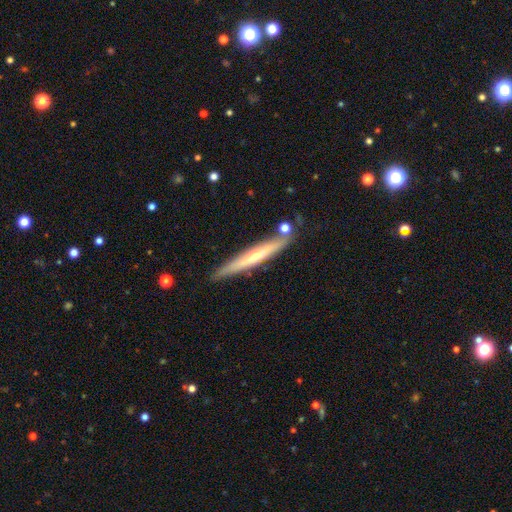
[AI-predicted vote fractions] Smooth or featured? Predicted: featured or disk (p=0.58). Edge-on disk? Predicted: yes (p=0.93). Edge-on bulge? Predicted: rounded (p=0.62). Merging? Predicted: none (p=0.83).